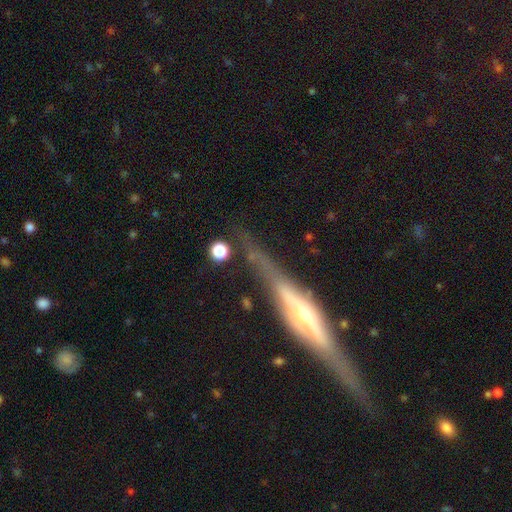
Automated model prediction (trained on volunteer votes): Smooth or featured? Predicted: featured or disk (p=0.78). Edge-on disk? Predicted: yes (p=0.93). Edge-on bulge? Predicted: rounded (p=0.77). Merging? Predicted: none (p=0.72).